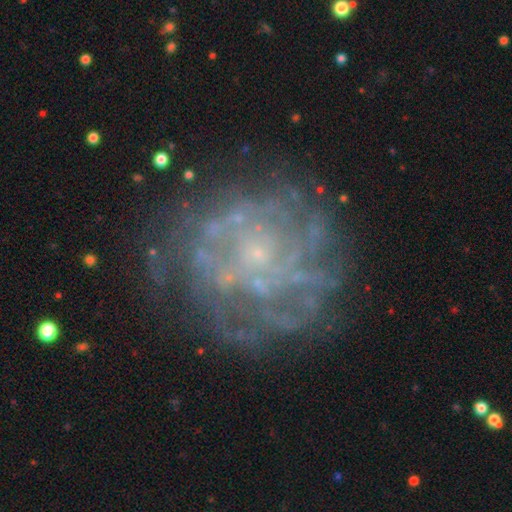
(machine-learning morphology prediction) This appears to be a featured or disk galaxy (77%) with no bar (85%), spiral arms (63%) and a small central bulge (70%). Merging: none (69%).